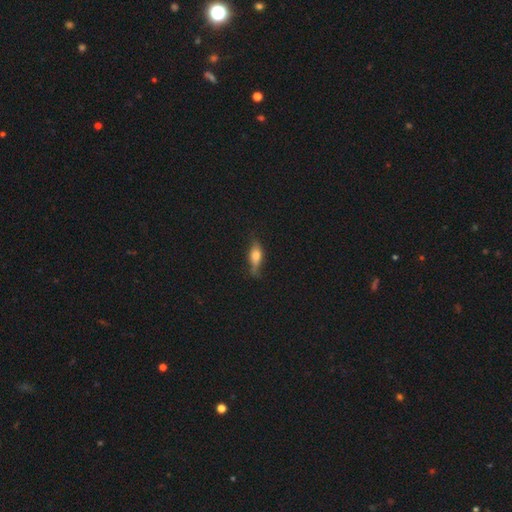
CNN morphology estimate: smooth_or_featured: smooth (p=0.60) [alt: featured or disk p=0.31]
how_rounded: in between (p=0.59) [alt: cigar-shaped p=0.36]
merging: none (p=0.58) [alt: minor disturbance p=0.30]